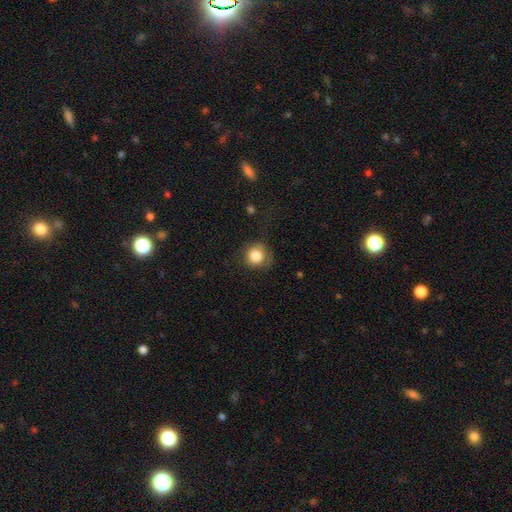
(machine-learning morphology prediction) smooth_or_featured: smooth (p=0.84) [alt: star or artifact p=0.09]
how_rounded: round (p=0.89) [alt: in between p=0.10]
merging: none (p=0.67) [alt: minor disturbance p=0.21]